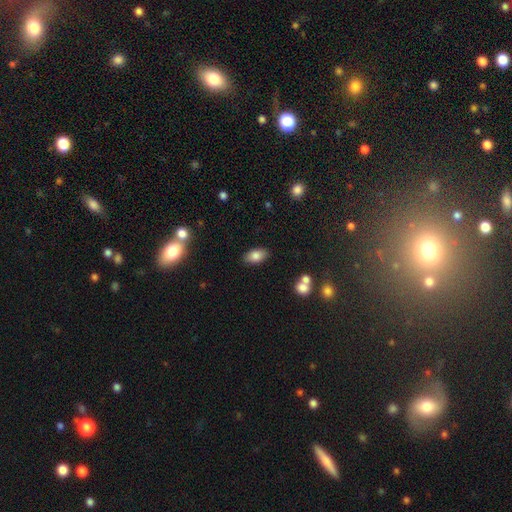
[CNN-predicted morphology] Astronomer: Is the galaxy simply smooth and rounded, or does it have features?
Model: smooth — 82%.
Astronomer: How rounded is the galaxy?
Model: in between — 92%.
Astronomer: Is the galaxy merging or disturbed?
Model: none — 85%.